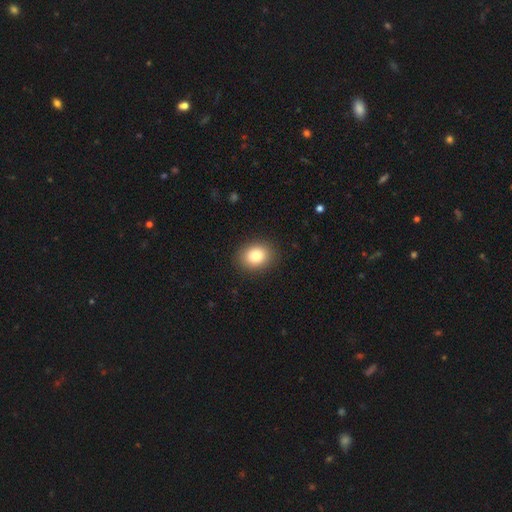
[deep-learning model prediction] Smooth or featured: smooth — 84% (star or artifact — 9%)
How rounded: in between — 50% (round — 49%)
Merging: none — 89% (minor disturbance — 7%)